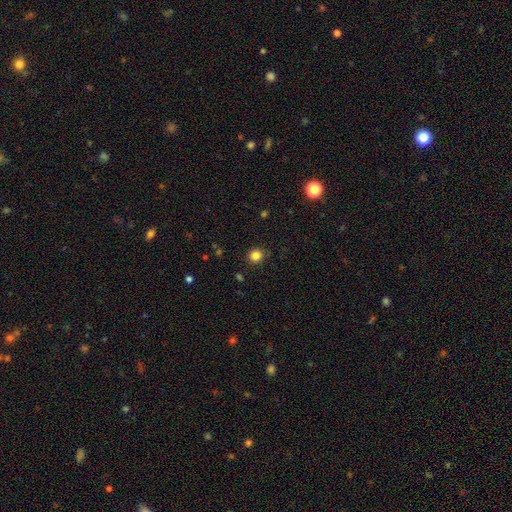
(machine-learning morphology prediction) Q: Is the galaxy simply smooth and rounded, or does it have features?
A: smooth — 84%.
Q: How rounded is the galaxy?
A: round — 86%.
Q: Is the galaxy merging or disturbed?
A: none — 88%.